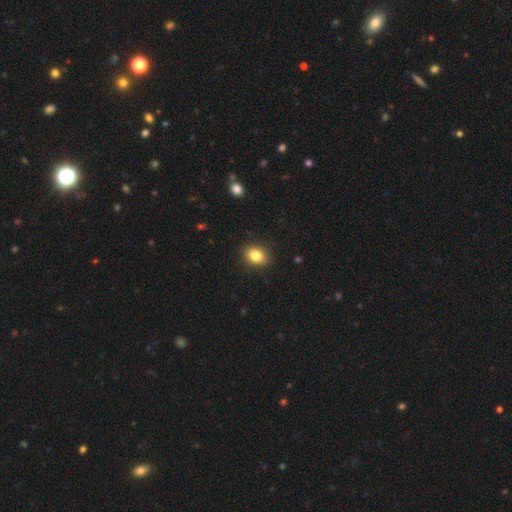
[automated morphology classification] Smooth or featured: smooth — 83% (star or artifact — 10%)
How rounded: in between — 56% (round — 43%)
Merging: none — 89% (minor disturbance — 8%)